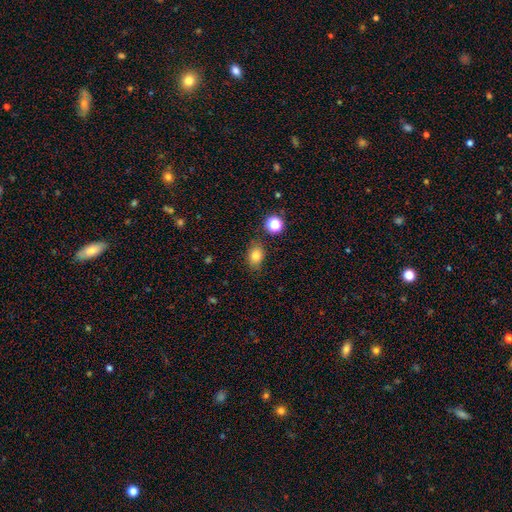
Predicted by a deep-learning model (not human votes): Morphology: type=smooth (81%); roundness=in between (69%); merging=none (81%).